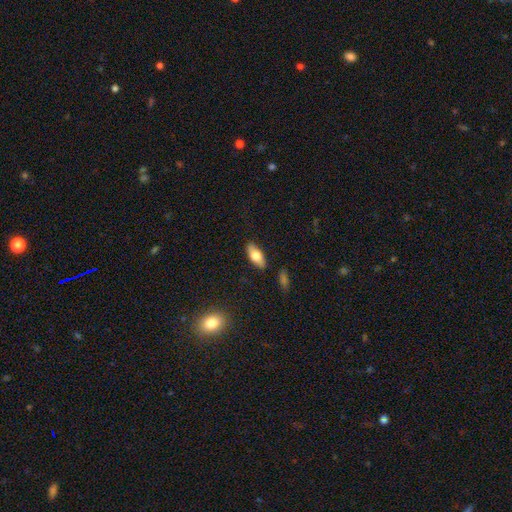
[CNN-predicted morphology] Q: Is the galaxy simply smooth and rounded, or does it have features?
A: smooth — 72%.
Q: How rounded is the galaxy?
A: in between — 84%.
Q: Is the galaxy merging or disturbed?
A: none — 85%.